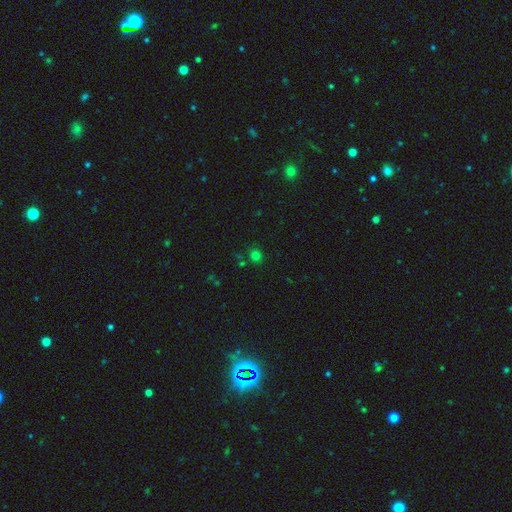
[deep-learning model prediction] Q: Smooth or featured?
A: smooth (73%); runner-up: star or artifact (22%)
Q: How rounded?
A: round (87%); runner-up: in between (12%)
Q: Merging?
A: none (81%); runner-up: minor disturbance (10%)